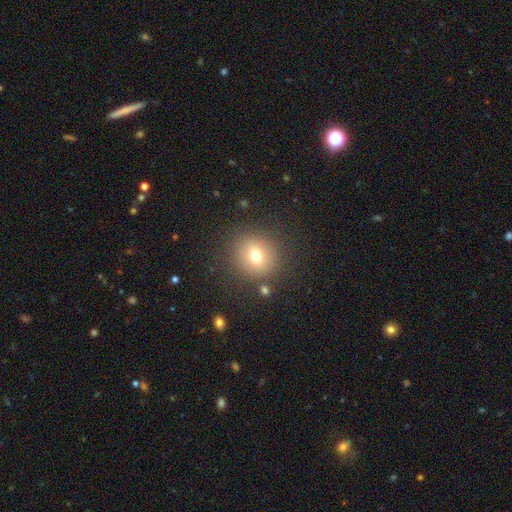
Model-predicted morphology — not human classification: Q: Smooth or featured?
A: smooth (71%); runner-up: featured or disk (15%)
Q: How rounded?
A: round (88%); runner-up: in between (11%)
Q: Merging?
A: none (84%); runner-up: minor disturbance (9%)